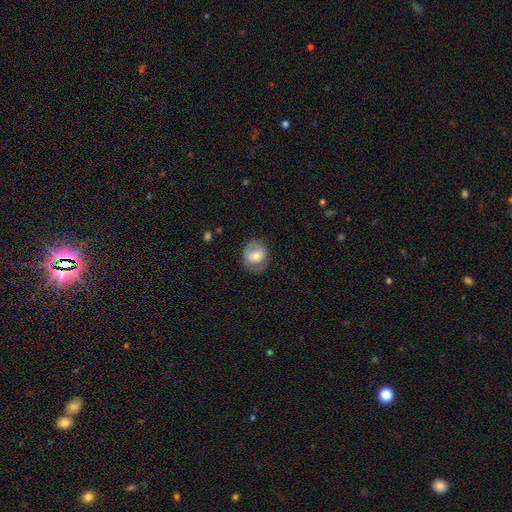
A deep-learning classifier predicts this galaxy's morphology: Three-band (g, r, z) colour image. It shows a smooth galaxy with no disk features (60%) that is round (64%). Merging: none (69%).